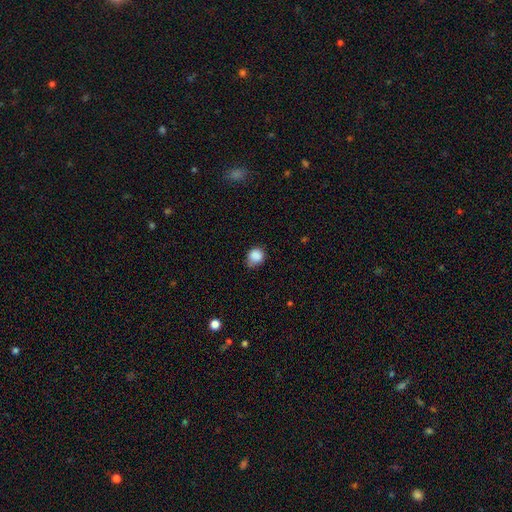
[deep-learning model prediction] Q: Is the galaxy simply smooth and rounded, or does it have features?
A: smooth — 87%.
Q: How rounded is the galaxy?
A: round — 76%.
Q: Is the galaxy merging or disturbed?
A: none — 61%.